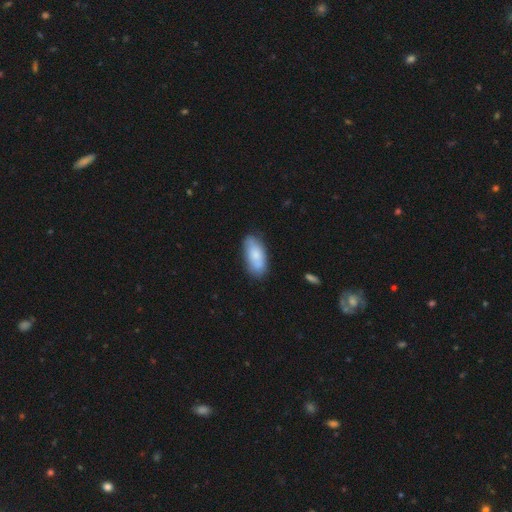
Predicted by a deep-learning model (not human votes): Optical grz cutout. It shows a smooth galaxy with no disk features (73%) that is in between round and cigar-shaped (88%). Merging: none (68%).